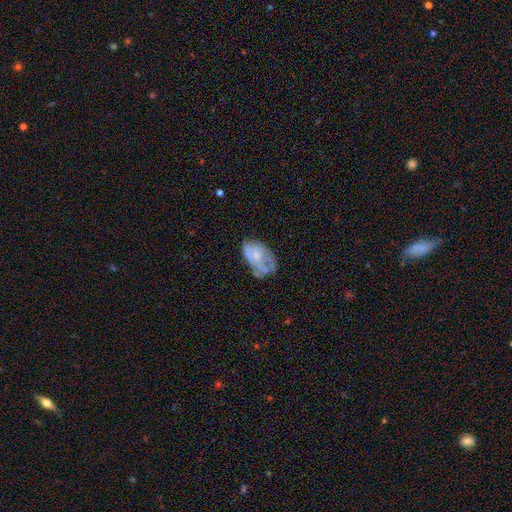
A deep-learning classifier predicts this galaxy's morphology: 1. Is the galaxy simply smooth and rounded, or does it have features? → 47% featured or disk, 45% smooth, 8% star or artifact.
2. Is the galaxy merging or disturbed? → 38% none, 32% minor disturbance, 26% major disturbance, 4% merger.